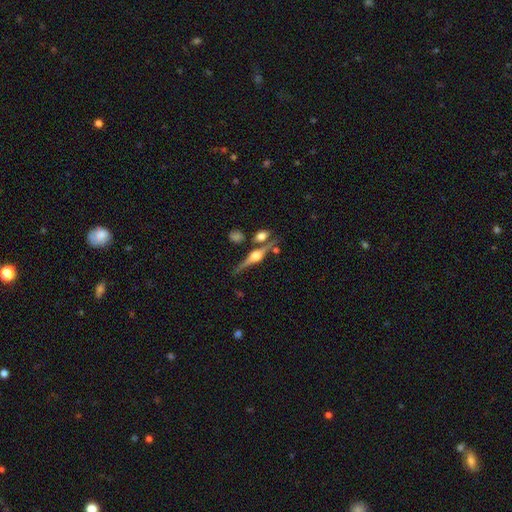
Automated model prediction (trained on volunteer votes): This is clearly a featured or disk galaxy (81%). It is clearly viewed edge-on (97%). Edge-on bulge: clearly rounded (94%). Merging: likely none (75%).